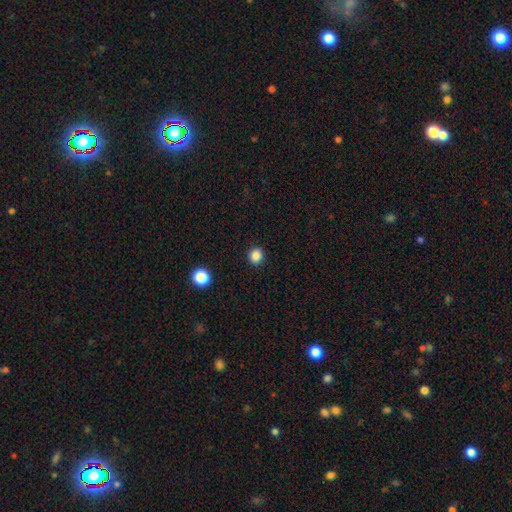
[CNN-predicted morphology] Smooth or featured? Predicted: smooth (p=0.85). How rounded? Predicted: round (p=0.89). Merging? Predicted: none (p=0.92).